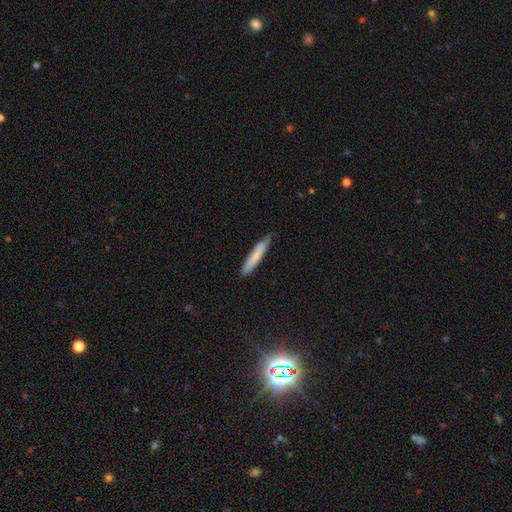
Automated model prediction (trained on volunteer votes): Smooth or featured? Predicted: smooth (p=0.73). How rounded? Predicted: cigar-shaped (p=0.92). Merging? Predicted: none (p=0.76).